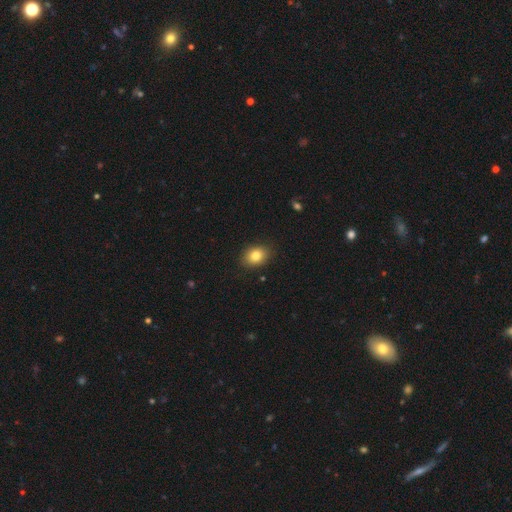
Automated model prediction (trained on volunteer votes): Smooth or featured: smooth — 83% (star or artifact — 9%)
How rounded: in between — 59% (round — 40%)
Merging: none — 87% (minor disturbance — 9%)